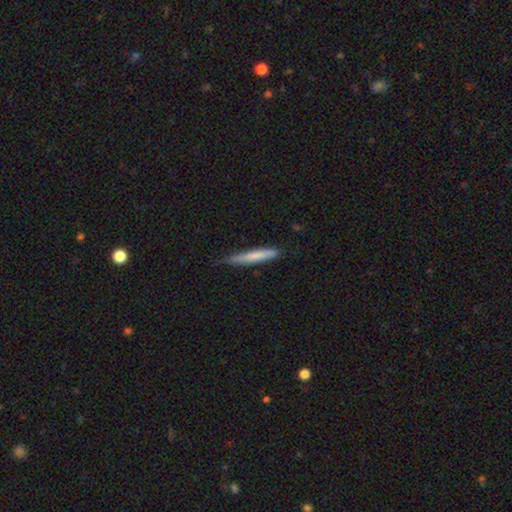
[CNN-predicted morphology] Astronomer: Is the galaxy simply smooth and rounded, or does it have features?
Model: smooth — 73%.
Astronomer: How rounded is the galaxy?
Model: cigar-shaped — 95%.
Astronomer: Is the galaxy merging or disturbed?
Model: none — 81%.